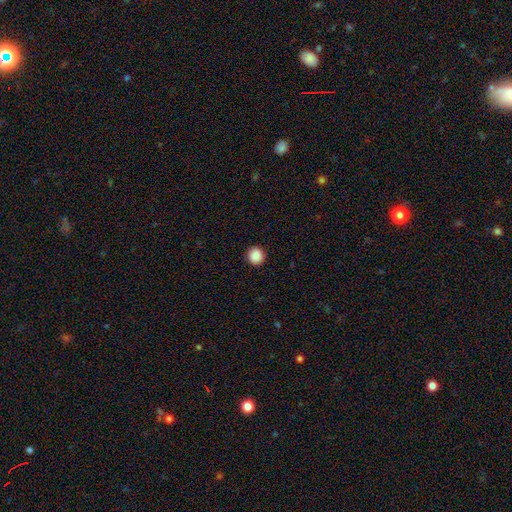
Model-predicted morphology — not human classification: Smooth or featured? smooth (89%)
How rounded? round (91%)
Merging? none (92%)